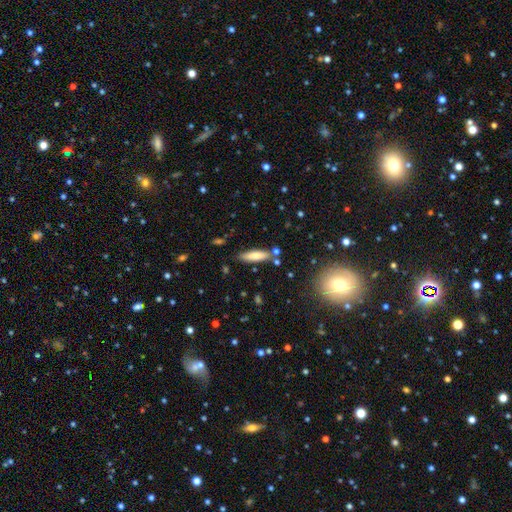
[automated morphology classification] smooth 74%, featured or disk 19%, star or artifact 7%. Down the decision tree: how rounded — cigar-shaped (65%); merging — none (79%).